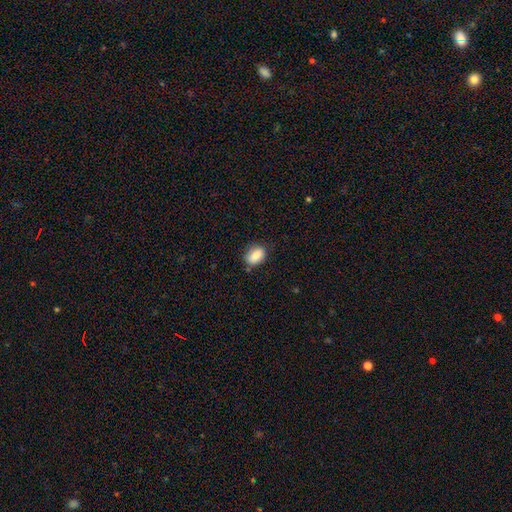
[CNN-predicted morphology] The model was most divided on "merging": none: 75%, minor disturbance: 19%, major disturbance: 4%, merger: 2%. More confident: smooth or featured — smooth (86%); how rounded — in between (83%).